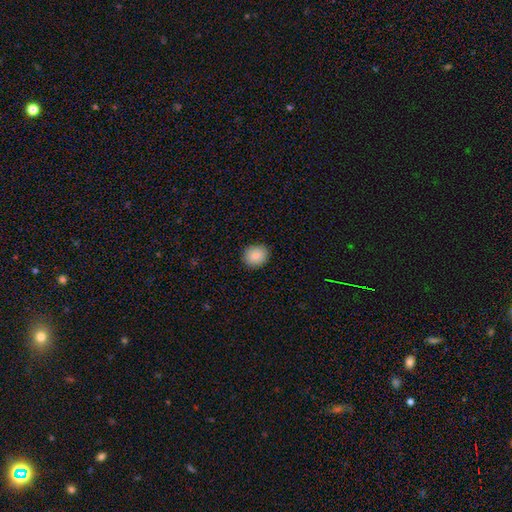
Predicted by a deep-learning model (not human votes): smooth-or-featured: smooth: 88% | star or artifact: 8% | featured or disk: 4%
  how-rounded: round: 70% | in between: 29% | cigar-shaped: 1%
  merging: none: 89% | minor disturbance: 8% | major disturbance: 2% | merger: 1%